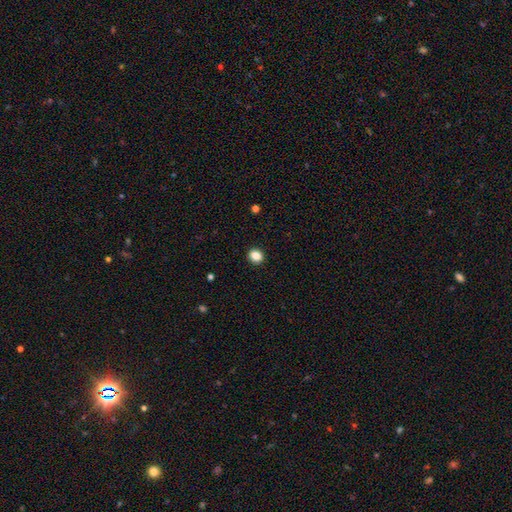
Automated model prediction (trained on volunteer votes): Smooth or featured? smooth (86%)
How rounded? round (67%)
Merging? none (92%)